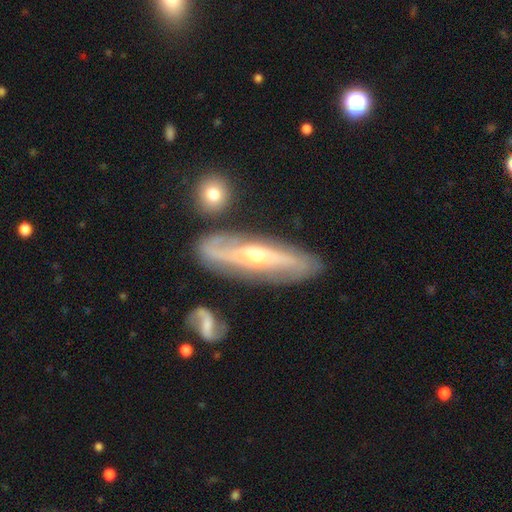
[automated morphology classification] Smooth or featured? Predicted: featured or disk (p=0.80). Edge-on disk? Predicted: no (p=0.66). Bar? Predicted: no (p=0.42). Spiral arms? Predicted: yes (p=0.85). Bulge size? Predicted: moderate (p=0.49). Merging? Predicted: none (p=0.74).